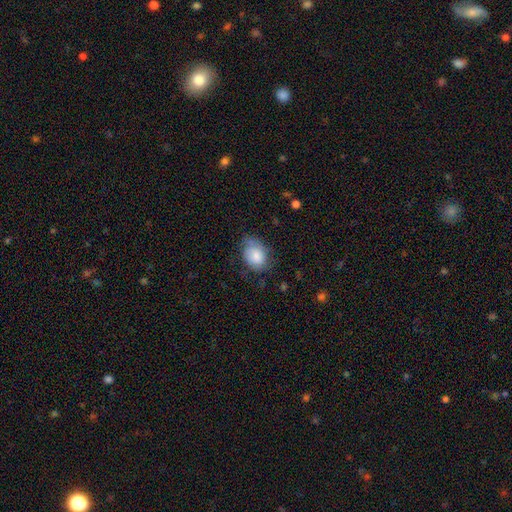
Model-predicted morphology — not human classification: This is likely a smooth galaxy (78%). How rounded: likely in between (72%). Merging: possibly none (53%).